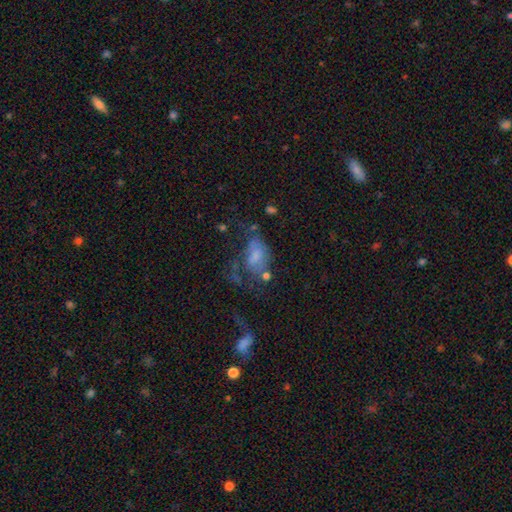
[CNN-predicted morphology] Smooth or featured?
  - smooth: 48% *
  - featured or disk: 39%
  - star or artifact: 13%
Merging?
  - major disturbance: 41% *
  - none: 25%
  - minor disturbance: 21%
  - merger: 13%